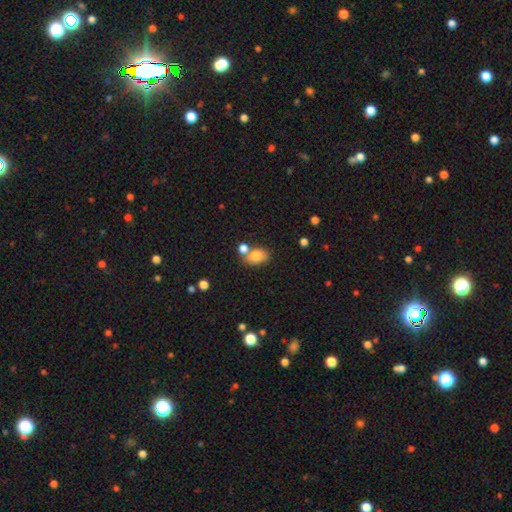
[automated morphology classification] smooth-or-featured: smooth: 82% | star or artifact: 10% | featured or disk: 8%
  how-rounded: in between: 81% | round: 18% | cigar-shaped: 1%
  merging: none: 56% | merger: 25% | minor disturbance: 14% | major disturbance: 4%